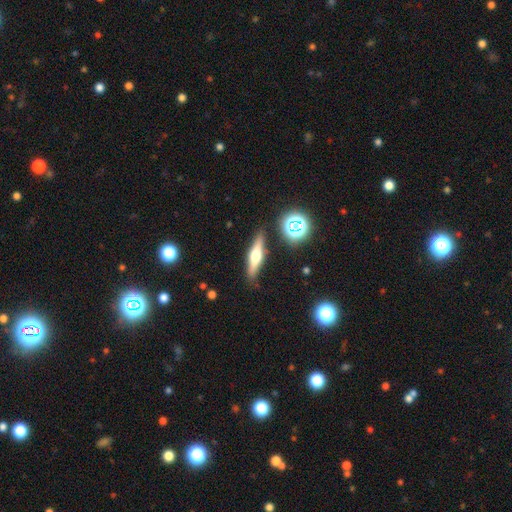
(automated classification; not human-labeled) This is possibly a featured or disk galaxy (54%). It is clearly viewed edge-on (93%). Merging: clearly none (86%).